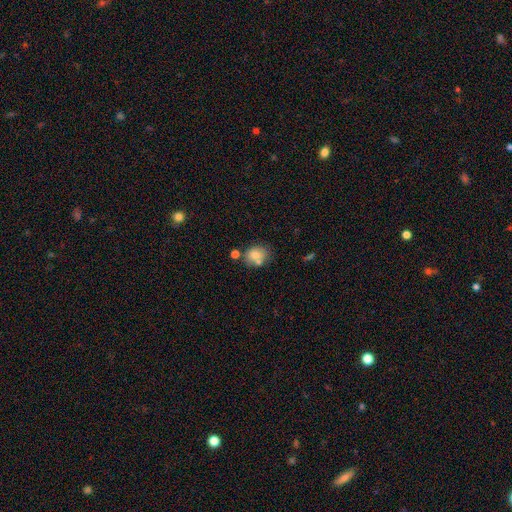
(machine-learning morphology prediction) Smooth or featured? smooth (76%)
How rounded? in between (50%)
Merging? none (57%)